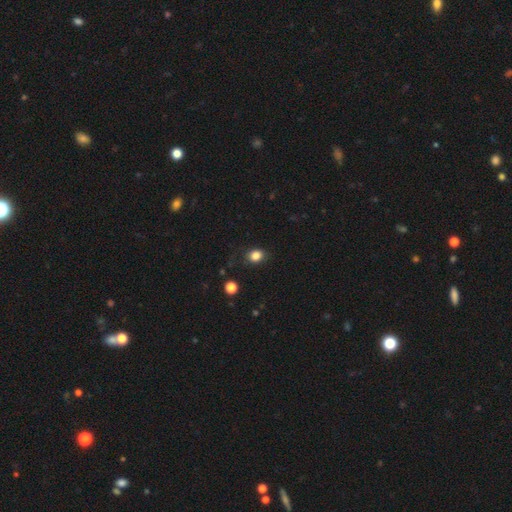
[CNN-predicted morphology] Smooth or featured? Predicted: smooth (p=0.84). How rounded? Predicted: round (p=0.58). Merging? Predicted: none (p=0.82).